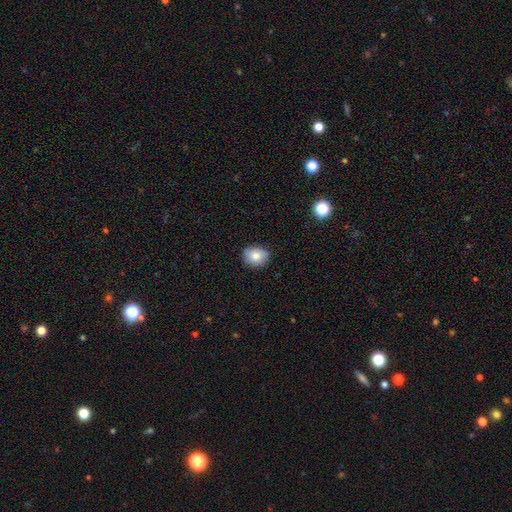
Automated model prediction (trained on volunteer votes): This is likely a smooth galaxy (79%). How rounded: possibly round (56%). Merging: clearly none (81%).